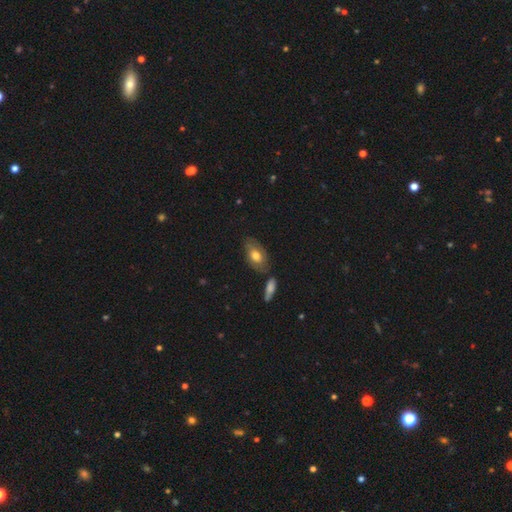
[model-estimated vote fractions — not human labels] The model was most divided on "smooth or featured": smooth: 62%, featured or disk: 31%, star or artifact: 7%. More confident: how rounded — in between (90%); merging — none (67%).